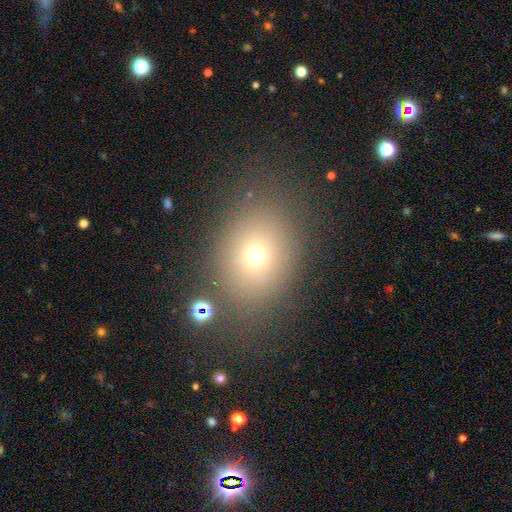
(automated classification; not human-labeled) A smooth galaxy with no disk features (66%) that is in between round and cigar-shaped (50%). Merging: none (81%).